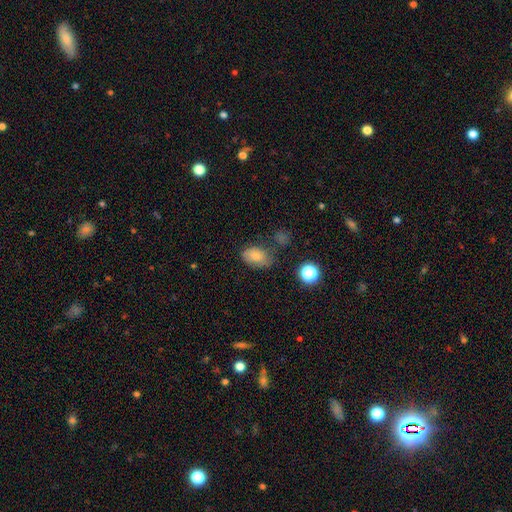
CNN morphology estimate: Overall: smooth (76%). How rounded: in between (85%). Merging: none (59%; minor disturbance 25%).